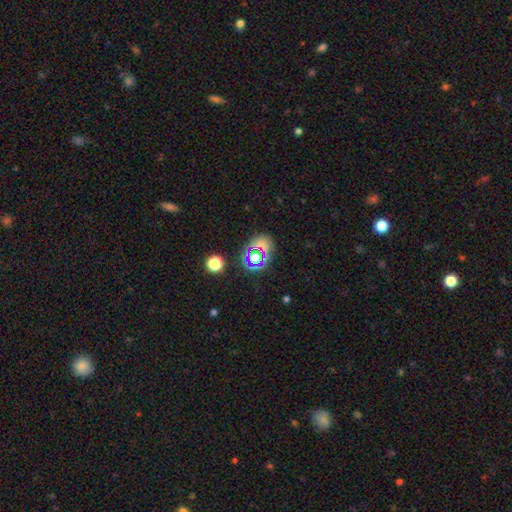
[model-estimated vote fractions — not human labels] smooth-or-featured: star or artifact: 49% | smooth: 39% | featured or disk: 12%